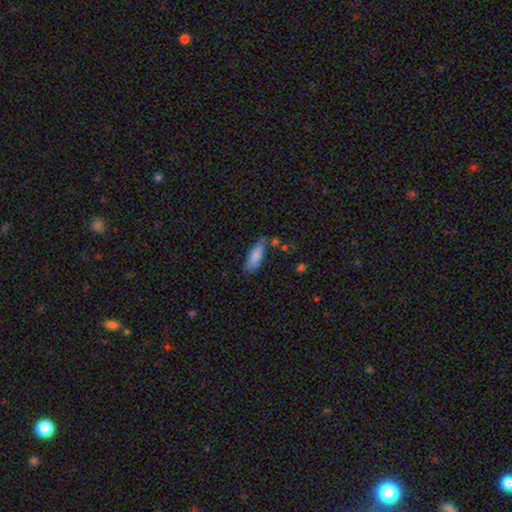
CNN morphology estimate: This appears to be a smooth galaxy with no disk features (83%) that is in between round and cigar-shaped (64%). Merging: none (63%).